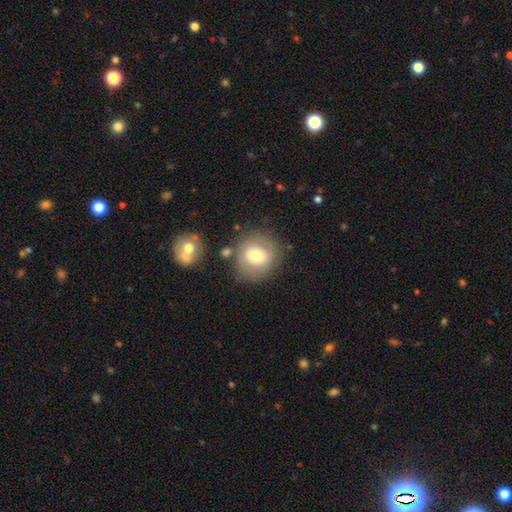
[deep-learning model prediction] Overall: smooth (65%; featured or disk 26%). How rounded: round (82%). Merging: none (74%).